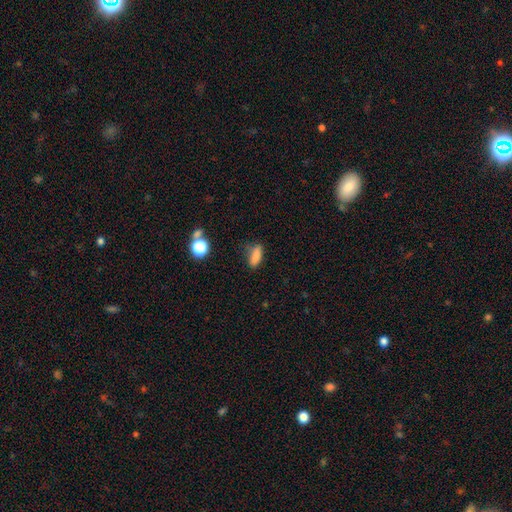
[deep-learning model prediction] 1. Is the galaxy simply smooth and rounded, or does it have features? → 82% smooth, 11% star or artifact, 7% featured or disk.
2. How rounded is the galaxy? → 64% in between, 31% cigar-shaped, 5% round.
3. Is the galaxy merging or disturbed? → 69% none, 22% minor disturbance, 6% major disturbance, 3% merger.